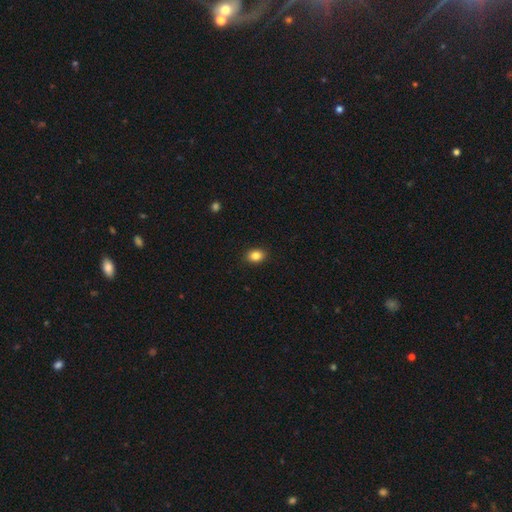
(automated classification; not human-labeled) This is clearly a smooth galaxy (86%). How rounded: likely in between (62%). Merging: clearly none (90%).